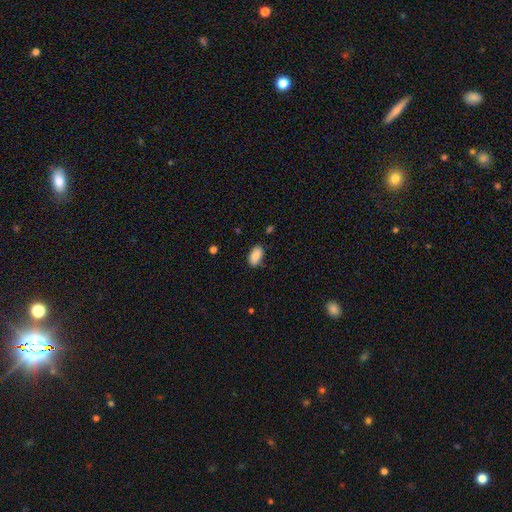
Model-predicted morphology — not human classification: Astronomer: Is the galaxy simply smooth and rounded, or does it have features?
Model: smooth — 86%.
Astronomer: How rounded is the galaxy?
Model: in between — 94%.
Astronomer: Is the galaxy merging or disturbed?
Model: none — 79%.